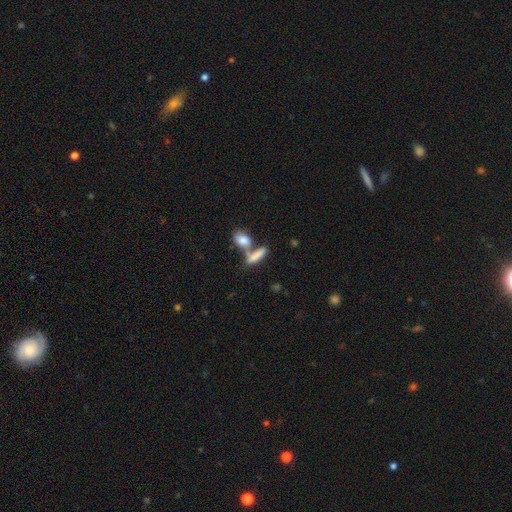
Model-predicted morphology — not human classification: Q: Smooth or featured?
A: smooth (77%); runner-up: featured or disk (15%)
Q: How rounded?
A: in between (55%); runner-up: cigar-shaped (40%)
Q: Merging?
A: merger (49%); runner-up: none (36%)